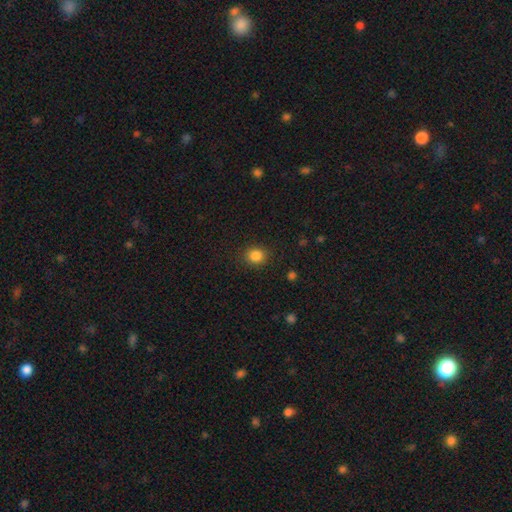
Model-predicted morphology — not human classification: Smooth or featured? Predicted: smooth (p=0.85). How rounded? Predicted: round (p=0.80). Merging? Predicted: none (p=0.88).